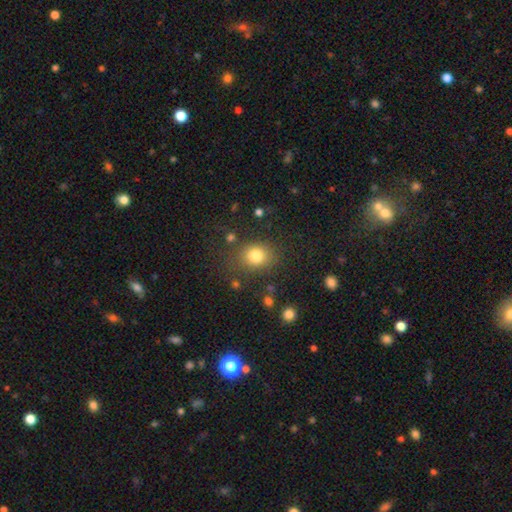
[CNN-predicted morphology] smooth 80%, star or artifact 13%, featured or disk 7%. Down the decision tree: how rounded — round (63%); merging — none (77%).